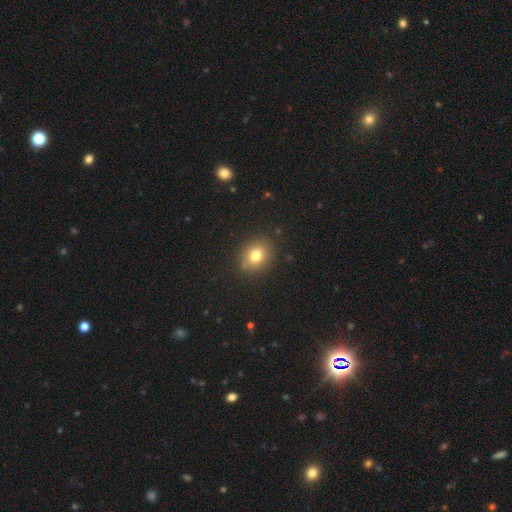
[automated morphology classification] Q: Smooth or featured?
A: smooth (77%); runner-up: star or artifact (13%)
Q: How rounded?
A: round (59%); runner-up: in between (41%)
Q: Merging?
A: none (86%); runner-up: minor disturbance (9%)